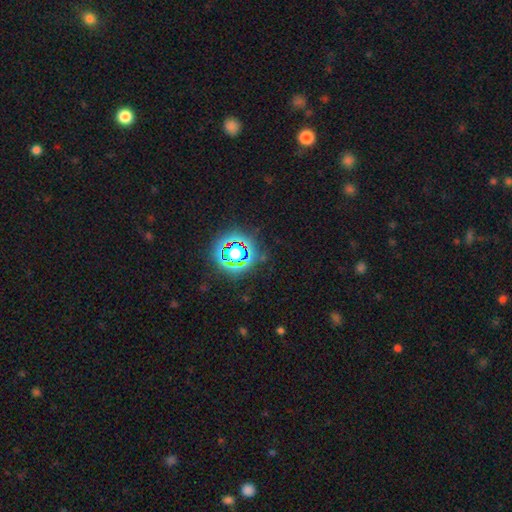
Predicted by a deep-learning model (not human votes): Smooth or featured?
  - star or artifact: 76% *
  - smooth: 16%
  - featured or disk: 8%